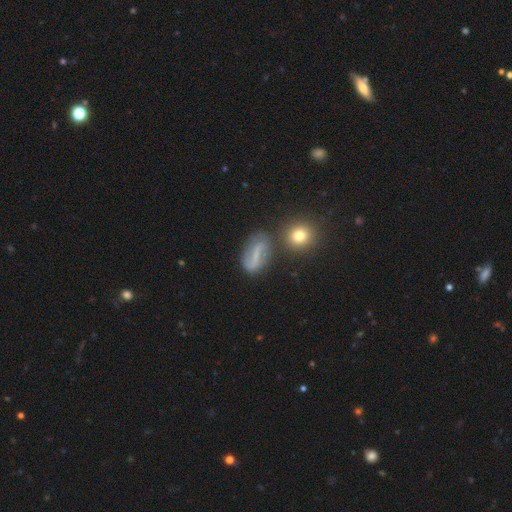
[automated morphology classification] smooth_or_featured: featured or disk (p=0.60) [alt: smooth p=0.29]
disk_edge_on: no (p=0.92) [alt: yes p=0.08]
bar: strong (p=0.52) [alt: weak p=0.31]
has_spiral_arms: yes (p=0.74) [alt: no p=0.26]
bulge_size: none (p=0.52) [alt: small p=0.34]
merging: none (p=0.66) [alt: minor disturbance p=0.19]